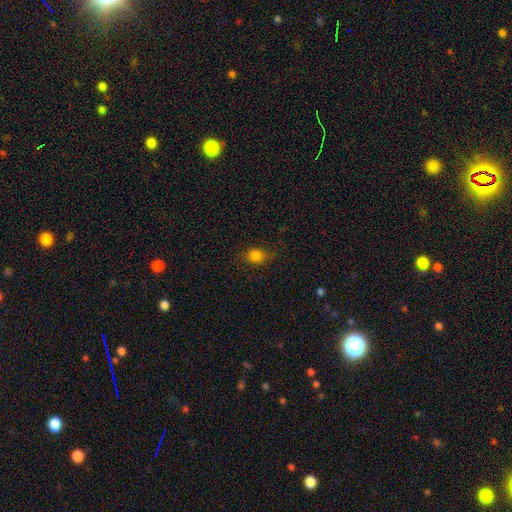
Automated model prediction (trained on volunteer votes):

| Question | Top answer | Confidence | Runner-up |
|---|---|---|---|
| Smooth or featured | smooth | 81% | star or artifact (13%) |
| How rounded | round | 56% | in between (42%) |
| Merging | none | 72% | minor disturbance (21%) |